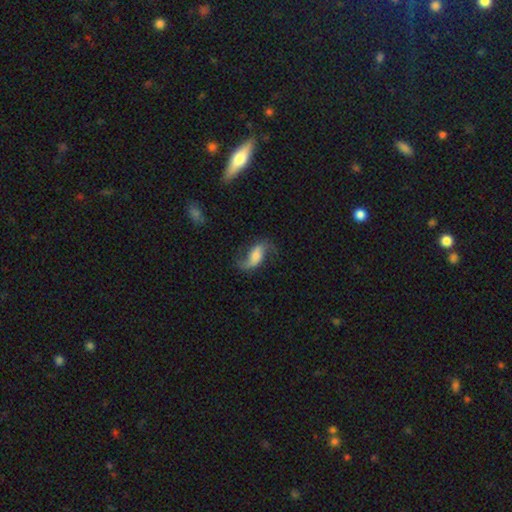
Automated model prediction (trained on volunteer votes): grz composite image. It shows a featured or disk galaxy (76%) with no bar (38%, tied with weak), 2 (88%) loose (79%) spiral arms (94%) and a moderate central bulge (40%). Merging: none (68%).